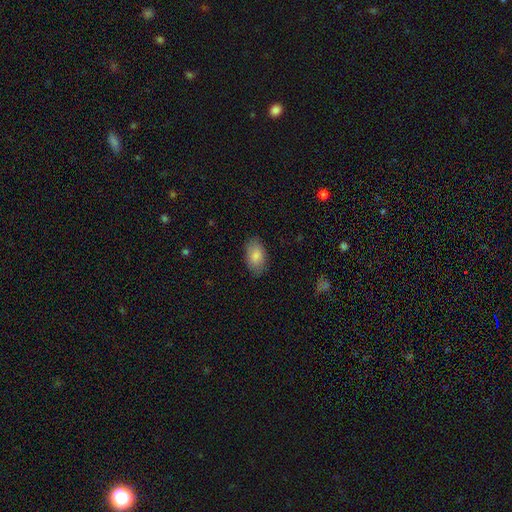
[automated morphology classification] This appears to be a smooth galaxy with no disk features (86%) that is in between round and cigar-shaped (92%). Merging: none (84%).